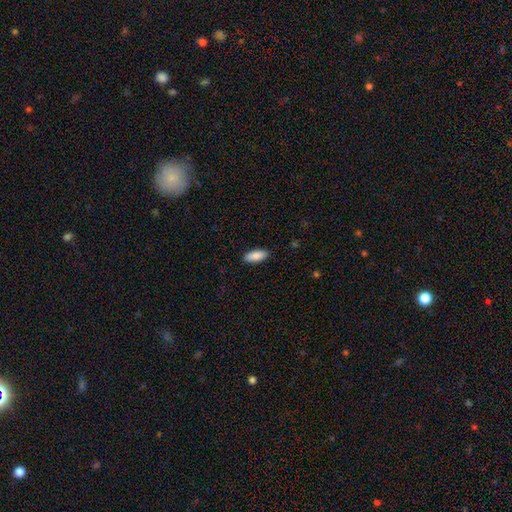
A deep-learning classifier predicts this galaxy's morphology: This is clearly a smooth galaxy (89%). How rounded: clearly in between (86%). Merging: clearly none (89%).